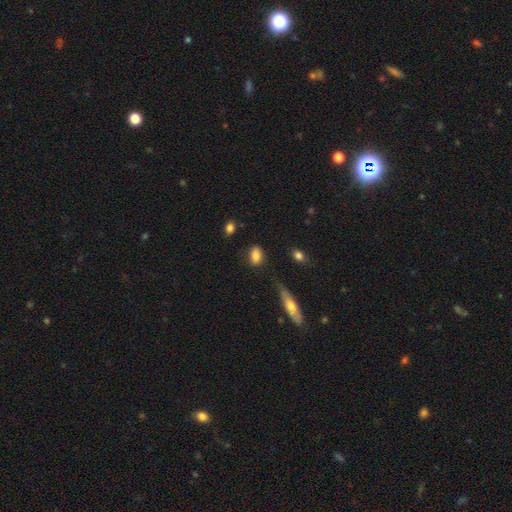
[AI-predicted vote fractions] Smooth or featured: smooth — 84% (featured or disk — 8%)
How rounded: in between — 80% (round — 17%)
Merging: none — 80% (minor disturbance — 13%)